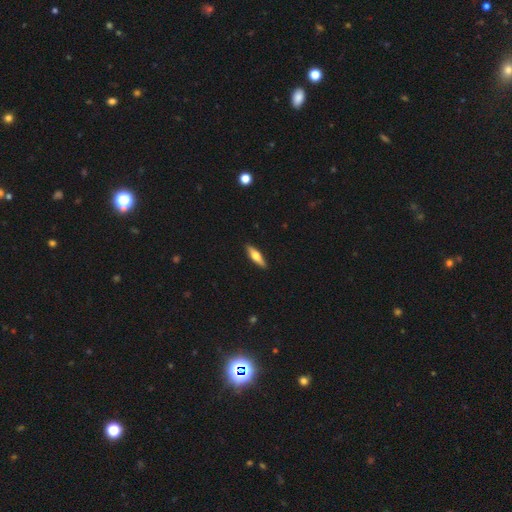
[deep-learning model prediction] Smooth or featured? smooth (53%)
How rounded? cigar-shaped (62%)
Merging? none (90%)